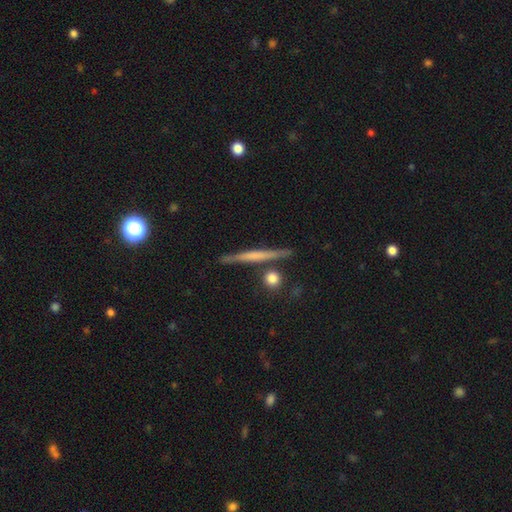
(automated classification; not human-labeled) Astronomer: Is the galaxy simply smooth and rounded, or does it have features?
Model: featured or disk — 54% (runner-up: smooth, 39%).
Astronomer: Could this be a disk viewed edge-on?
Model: yes — 96%.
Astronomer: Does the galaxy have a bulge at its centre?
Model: none — 68%.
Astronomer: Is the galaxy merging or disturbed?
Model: none — 85%.